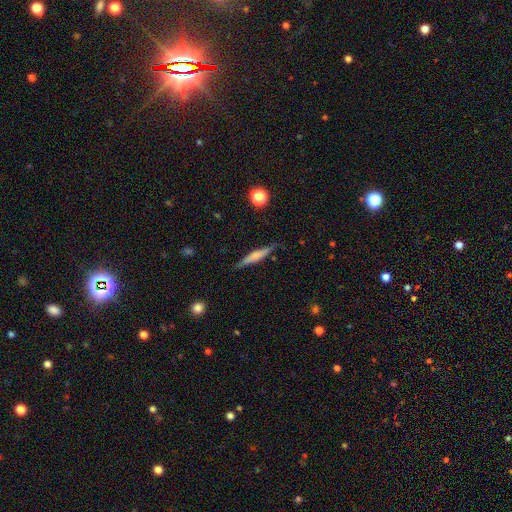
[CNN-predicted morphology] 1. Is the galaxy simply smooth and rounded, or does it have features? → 51% featured or disk, 42% smooth, 7% star or artifact.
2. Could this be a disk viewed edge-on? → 95% yes, 5% no.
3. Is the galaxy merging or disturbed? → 84% none, 12% minor disturbance, 2% major disturbance, 2% merger.